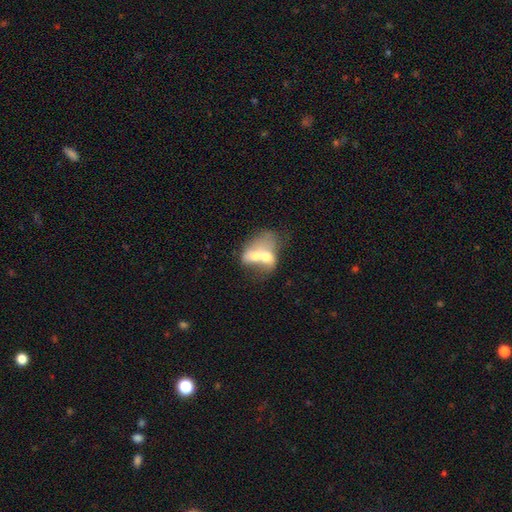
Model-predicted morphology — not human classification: Smooth or featured?
  - smooth: 54% *
  - featured or disk: 38%
  - star or artifact: 8%
How rounded?
  - in between: 71% *
  - round: 27%
  - cigar-shaped: 2%
Merging?
  - merger: 81% *
  - major disturbance: 8%
  - none: 7%
  - minor disturbance: 5%